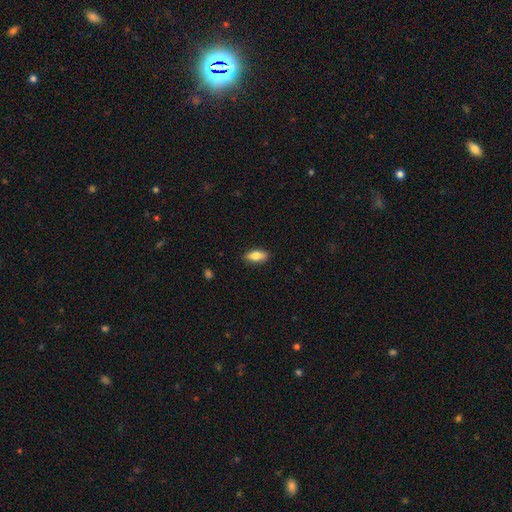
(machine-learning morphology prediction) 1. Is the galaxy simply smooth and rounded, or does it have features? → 77% smooth, 16% featured or disk, 7% star or artifact.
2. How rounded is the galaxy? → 81% in between, 16% cigar-shaped, 3% round.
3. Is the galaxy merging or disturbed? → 87% none, 10% minor disturbance, 2% major disturbance, 1% merger.